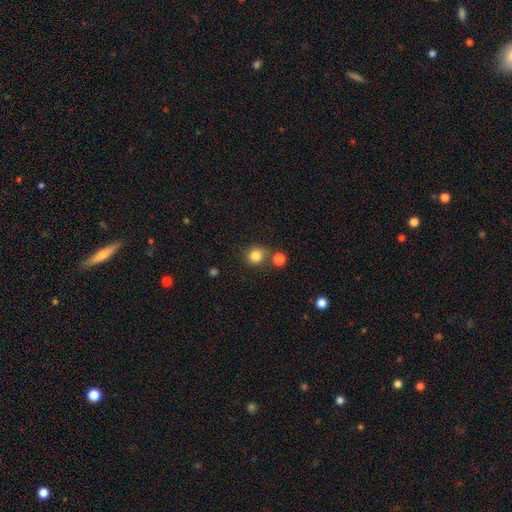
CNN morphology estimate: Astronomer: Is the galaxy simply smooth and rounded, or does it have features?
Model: smooth — 84%.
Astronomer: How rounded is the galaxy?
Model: round — 87%.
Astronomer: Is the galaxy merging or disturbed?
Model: none — 73%.